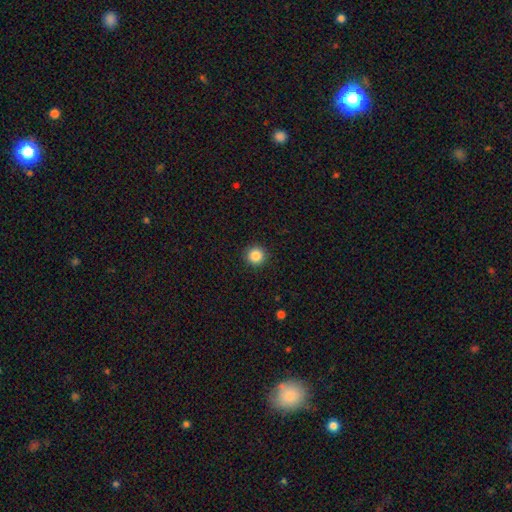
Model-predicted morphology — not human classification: Overall: smooth (86%). How rounded: round (95%). Merging: none (92%).